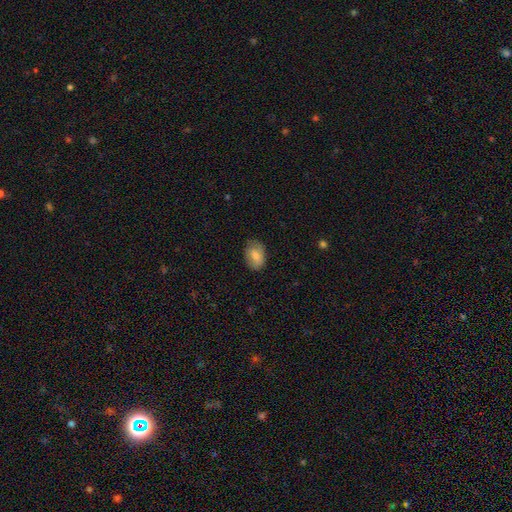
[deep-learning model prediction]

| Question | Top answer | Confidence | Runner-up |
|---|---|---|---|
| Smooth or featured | smooth | 70% | featured or disk (22%) |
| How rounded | in between | 77% | round (22%) |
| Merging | none | 73% | minor disturbance (21%) |